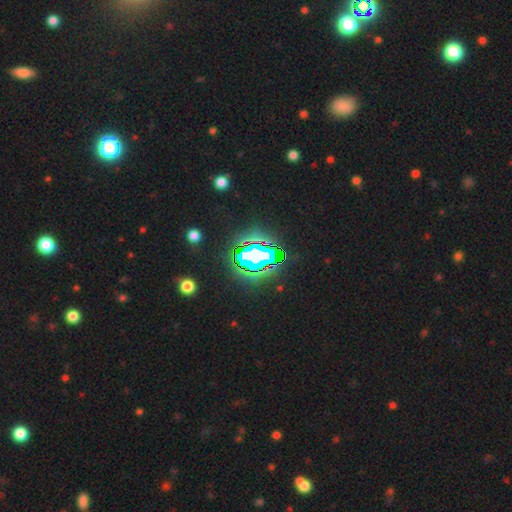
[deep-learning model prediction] A star or artifact, not a galaxy (73%).